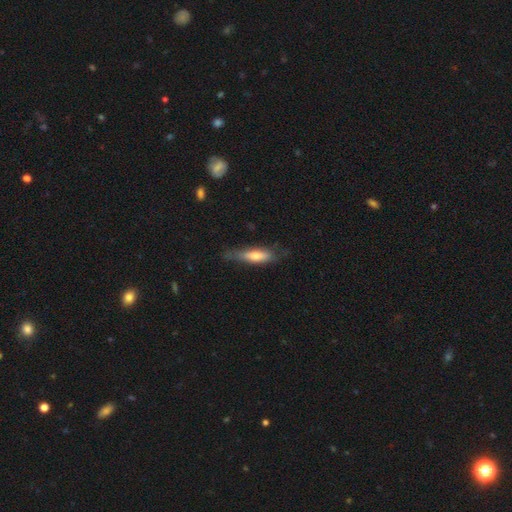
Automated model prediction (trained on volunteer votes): Smooth or featured? smooth (57%)
How rounded? cigar-shaped (73%)
Merging? none (65%)